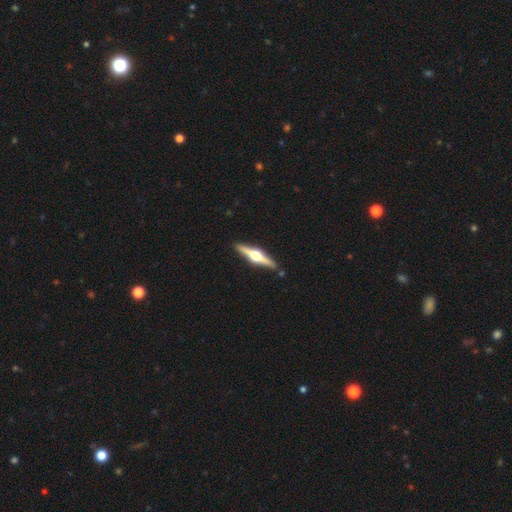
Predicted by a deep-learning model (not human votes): Overall: featured or disk (79%). Edge-on disk: yes (98%). Edge-on bulge: rounded (96%). Merging: none (90%).